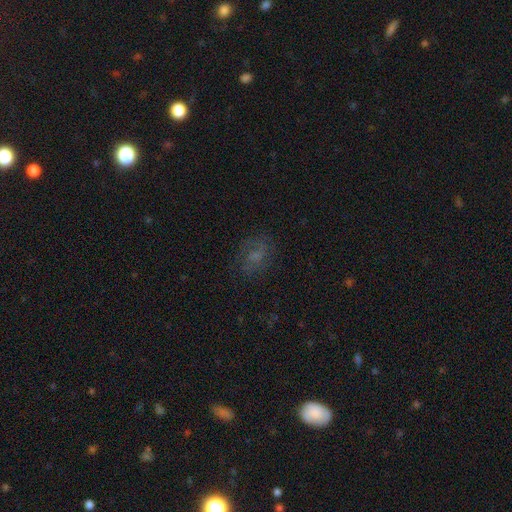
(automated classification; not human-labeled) This is marginally a featured or disk galaxy (40%). Merging: likely none (71%).